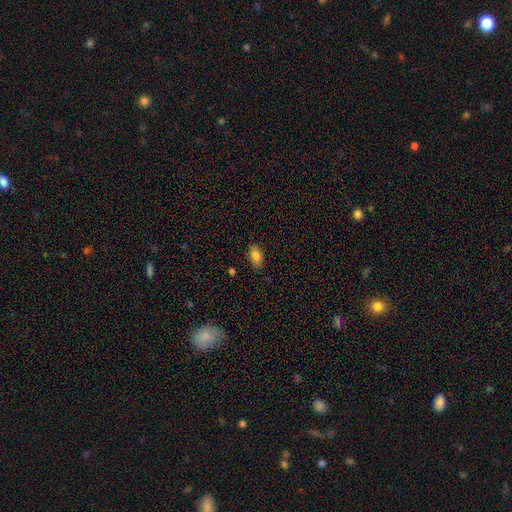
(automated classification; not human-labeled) Smooth or featured? Predicted: smooth (p=0.83). How rounded? Predicted: in between (p=0.90). Merging? Predicted: none (p=0.83).